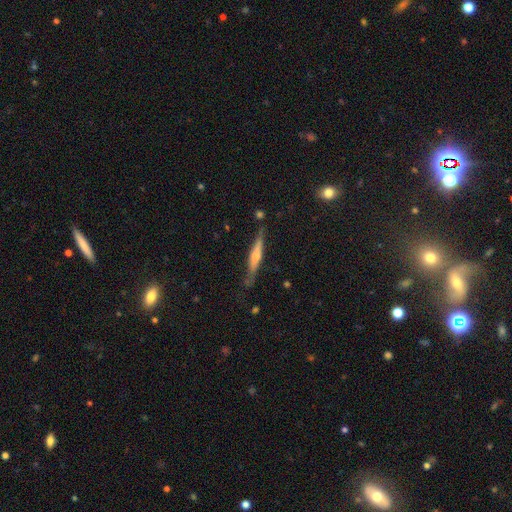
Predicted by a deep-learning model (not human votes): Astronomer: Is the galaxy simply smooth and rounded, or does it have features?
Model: featured or disk — 61%.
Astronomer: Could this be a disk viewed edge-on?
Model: yes — 95%.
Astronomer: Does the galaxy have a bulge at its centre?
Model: rounded — 73%.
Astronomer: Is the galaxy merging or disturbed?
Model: none — 77%.